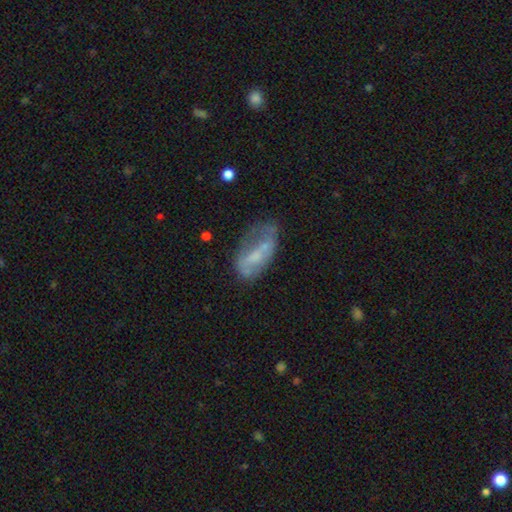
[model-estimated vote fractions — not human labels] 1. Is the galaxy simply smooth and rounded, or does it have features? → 49% featured or disk, 42% smooth, 9% star or artifact.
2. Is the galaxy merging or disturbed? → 43% none, 30% minor disturbance, 23% major disturbance, 4% merger.